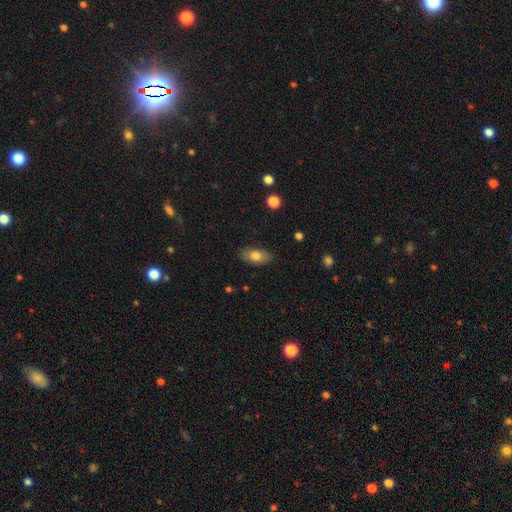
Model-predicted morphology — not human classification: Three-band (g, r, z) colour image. It shows a smooth galaxy with no disk features (77%) that is in between round and cigar-shaped (89%). Merging: none (87%).